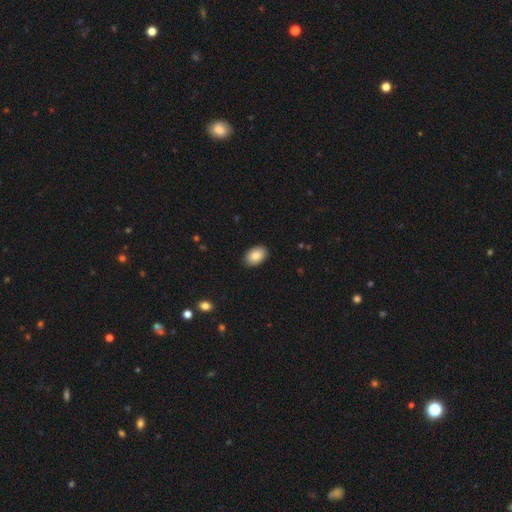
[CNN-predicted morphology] smooth-or-featured: smooth: 86% | featured or disk: 7% | star or artifact: 7%
  how-rounded: in between: 88% | round: 11% | cigar-shaped: 1%
  merging: none: 89% | minor disturbance: 8% | major disturbance: 2% | merger: 1%